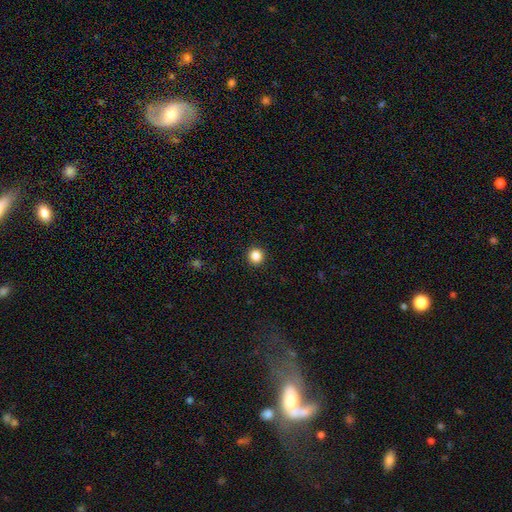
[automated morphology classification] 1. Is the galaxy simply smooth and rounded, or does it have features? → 85% smooth, 11% star or artifact, 4% featured or disk.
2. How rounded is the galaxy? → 93% round, 7% in between, 1% cigar-shaped.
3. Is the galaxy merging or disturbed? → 93% none, 5% minor disturbance, 2% major disturbance, 1% merger.